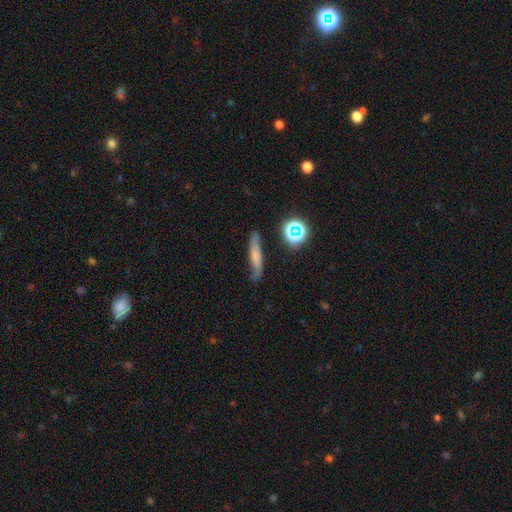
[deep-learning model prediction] The model was most divided on "smooth or featured": smooth: 53%, featured or disk: 34%, star or artifact: 14%. More confident: how rounded — cigar-shaped (77%); merging — none (70%).